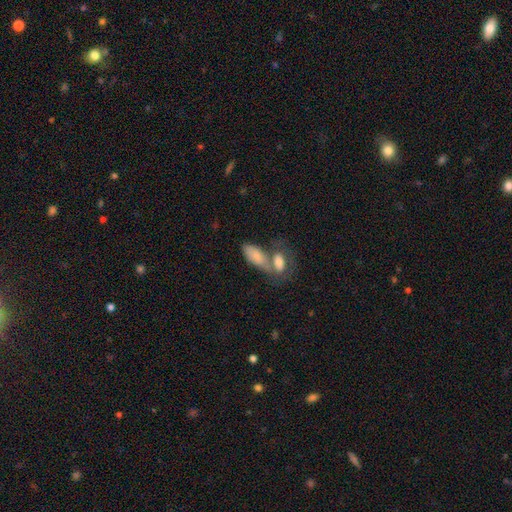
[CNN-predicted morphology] Smooth or featured?
  - smooth: 77% *
  - featured or disk: 16%
  - star or artifact: 7%
How rounded?
  - in between: 88% *
  - cigar-shaped: 9%
  - round: 3%
Merging?
  - merger: 55% *
  - none: 26%
  - minor disturbance: 11%
  - major disturbance: 7%